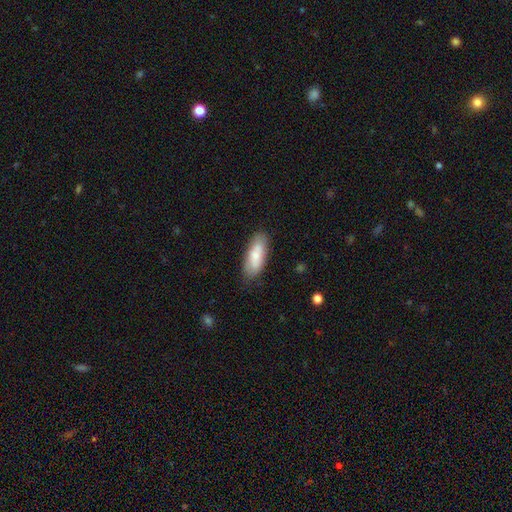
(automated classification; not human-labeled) smooth_or_featured: smooth (p=0.76) [alt: featured or disk p=0.19]
how_rounded: in between (p=0.75) [alt: cigar-shaped p=0.23]
merging: none (p=0.79) [alt: minor disturbance p=0.16]